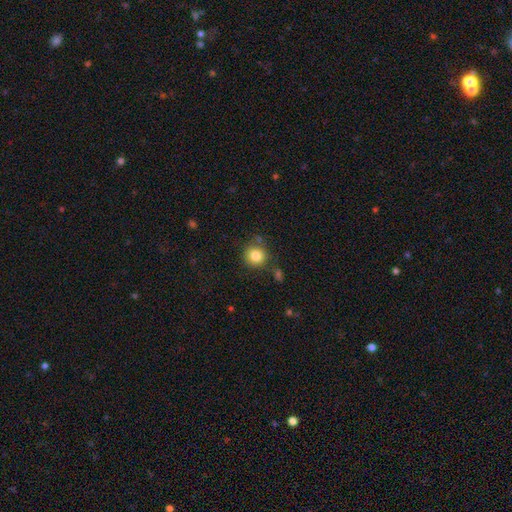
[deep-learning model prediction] This is clearly a smooth galaxy (83%). How rounded: clearly round (92%). Merging: likely none (80%).